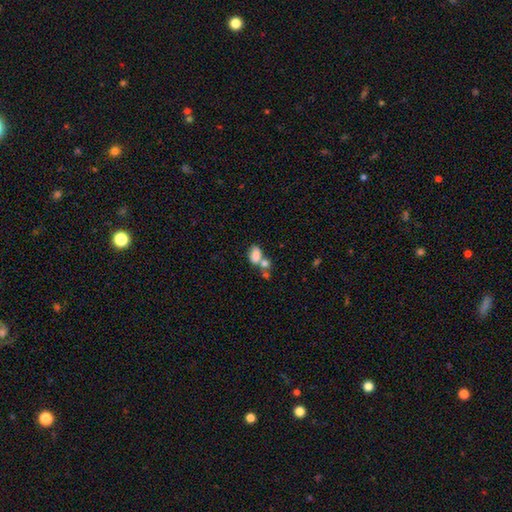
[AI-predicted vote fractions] Smooth or featured? smooth (81%)
How rounded? in between (86%)
Merging? merger (50%)